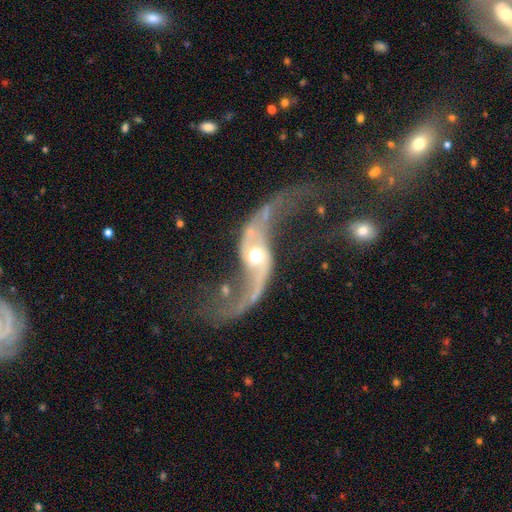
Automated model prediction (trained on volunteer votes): Smooth or featured? featured or disk (86%)
Edge-on disk? no (92%)
Bar? no (58%)
Spiral arms? yes (89%)
Spiral winding? loose (91%)
Spiral arm count? 2 (93%)
Bulge size? moderate (69%)
Merging? none (33%)